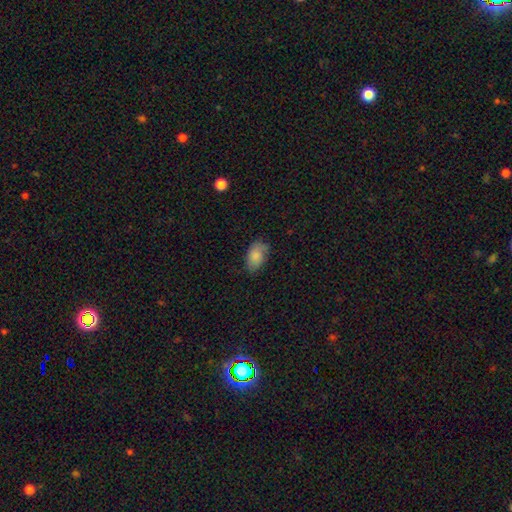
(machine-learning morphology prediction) smooth_or_featured: smooth (p=0.82) [alt: featured or disk p=0.11]
how_rounded: in between (p=0.92) [alt: round p=0.07]
merging: none (p=0.67) [alt: minor disturbance p=0.26]